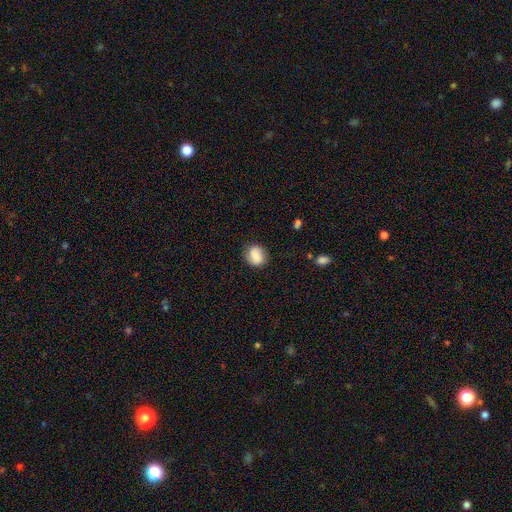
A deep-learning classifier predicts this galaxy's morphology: Smooth or featured?
  - smooth: 77% *
  - featured or disk: 15%
  - star or artifact: 9%
How rounded?
  - round: 62% *
  - in between: 37%
  - cigar-shaped: 1%
Merging?
  - none: 80% *
  - minor disturbance: 15%
  - major disturbance: 4%
  - merger: 1%